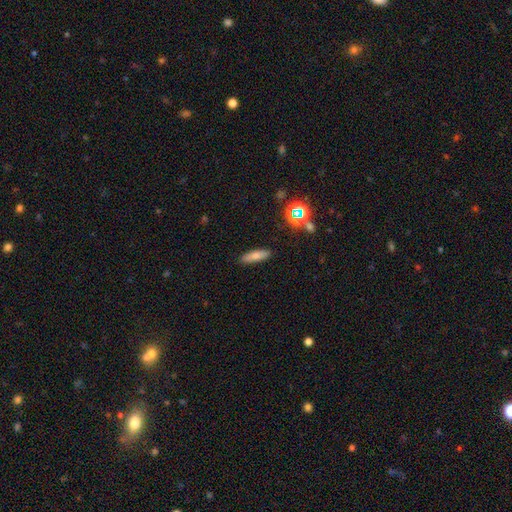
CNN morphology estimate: Q: Smooth or featured?
A: smooth (72%); runner-up: featured or disk (17%)
Q: How rounded?
A: cigar-shaped (62%); runner-up: in between (35%)
Q: Merging?
A: none (88%); runner-up: minor disturbance (8%)